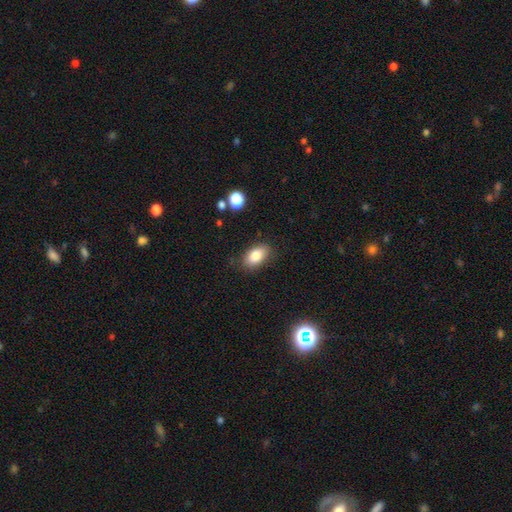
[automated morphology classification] Smooth or featured?
  - smooth: 84% *
  - featured or disk: 8%
  - star or artifact: 8%
How rounded?
  - in between: 91% *
  - round: 7%
  - cigar-shaped: 2%
Merging?
  - none: 82% *
  - minor disturbance: 13%
  - major disturbance: 3%
  - merger: 1%